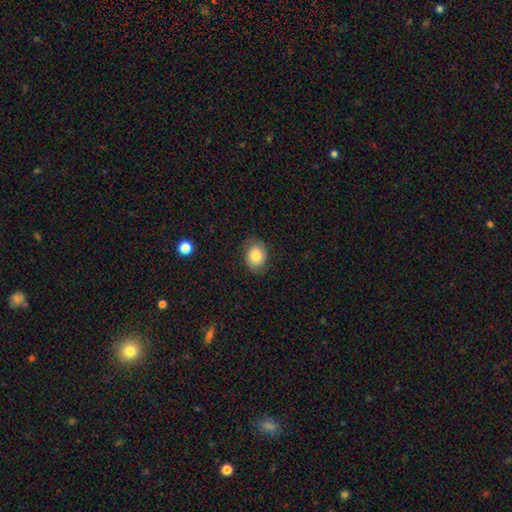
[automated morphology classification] Smooth or featured: smooth — 78% (featured or disk — 13%)
How rounded: in between — 53% (round — 46%)
Merging: none — 80% (minor disturbance — 15%)